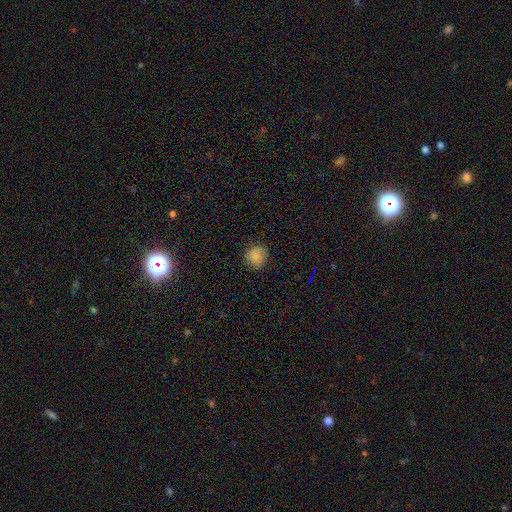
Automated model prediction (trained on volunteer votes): This is clearly a smooth galaxy (83%). How rounded: clearly round (89%). Merging: clearly none (86%).